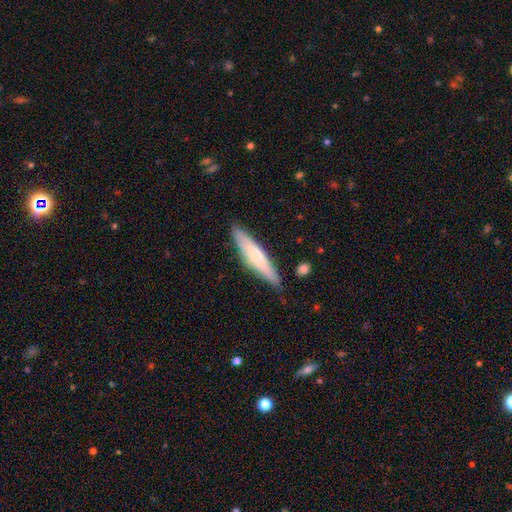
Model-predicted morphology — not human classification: Smooth or featured? Predicted: smooth (p=0.57). How rounded? Predicted: cigar-shaped (p=0.81). Merging? Predicted: none (p=0.83).